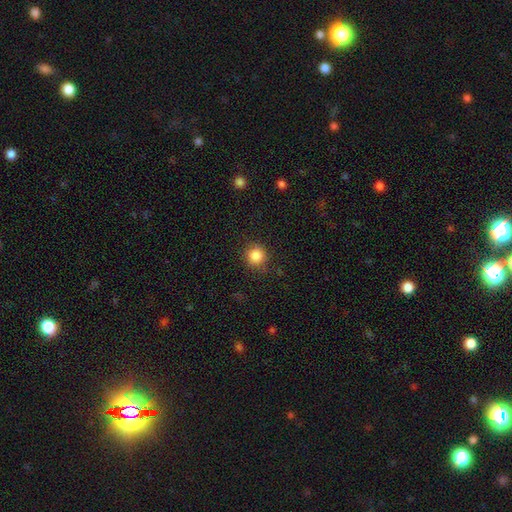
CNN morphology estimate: This is clearly a smooth galaxy (86%). How rounded: clearly round (93%). Merging: clearly none (87%).